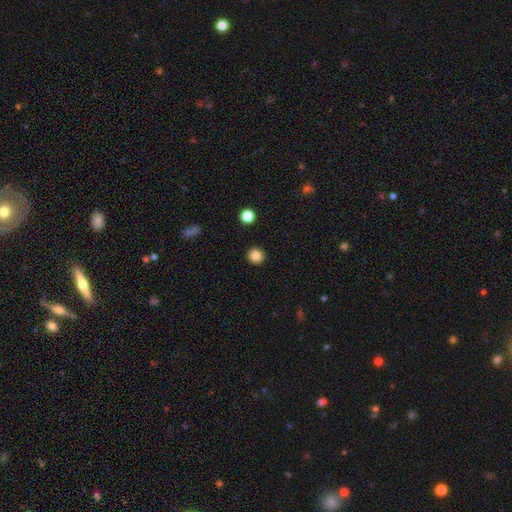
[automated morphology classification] Q: Smooth or featured?
A: smooth (85%); runner-up: star or artifact (11%)
Q: How rounded?
A: round (94%); runner-up: in between (5%)
Q: Merging?
A: none (93%); runner-up: minor disturbance (4%)